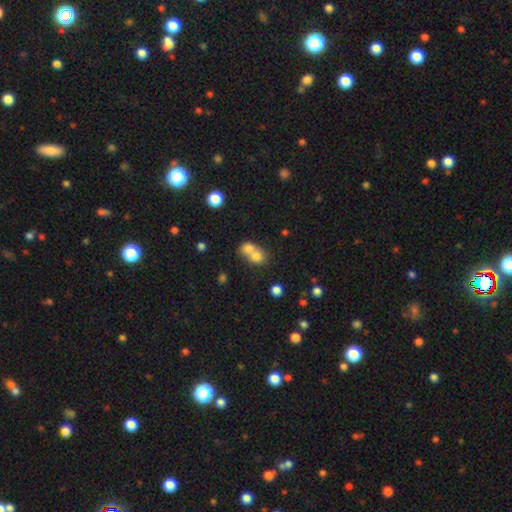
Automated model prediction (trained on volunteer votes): Morphology: type=smooth (74%); roundness=round (65%); merging=merger (71%).